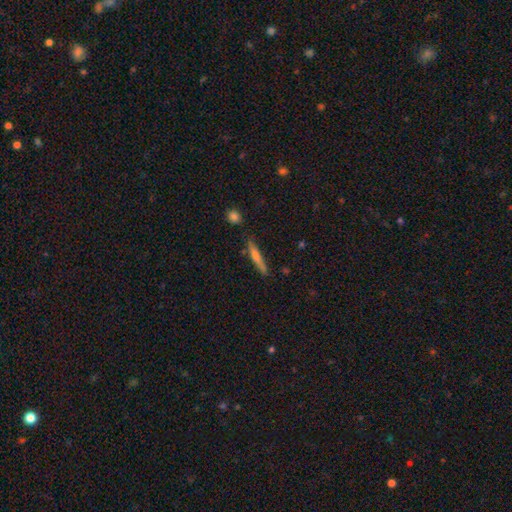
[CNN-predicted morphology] The model was most divided on "smooth or featured": smooth: 58%, featured or disk: 35%, star or artifact: 7%. More confident: how rounded — cigar-shaped (93%); merging — none (82%).